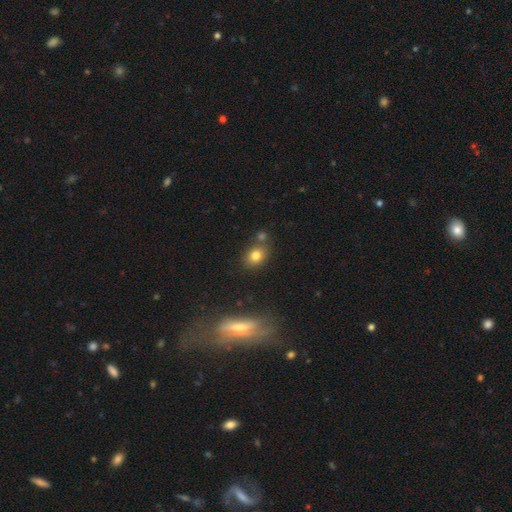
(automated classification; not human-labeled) Smooth or featured?
  - smooth: 78% *
  - star or artifact: 12%
  - featured or disk: 10%
How rounded?
  - in between: 51% *
  - round: 48%
  - cigar-shaped: 2%
Merging?
  - none: 70% *
  - merger: 15%
  - minor disturbance: 12%
  - major disturbance: 4%